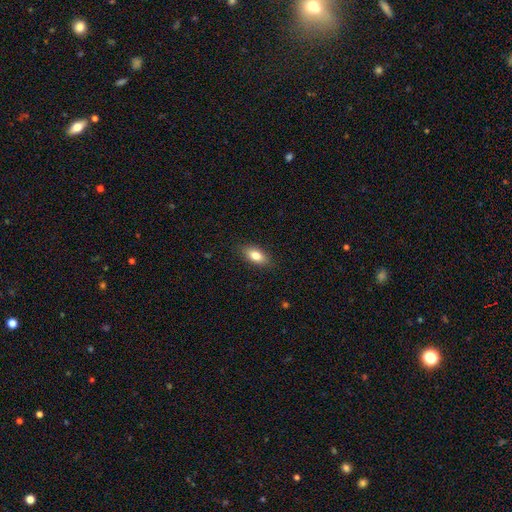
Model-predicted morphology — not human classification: Smooth or featured? smooth (81%)
How rounded? in between (87%)
Merging? none (87%)